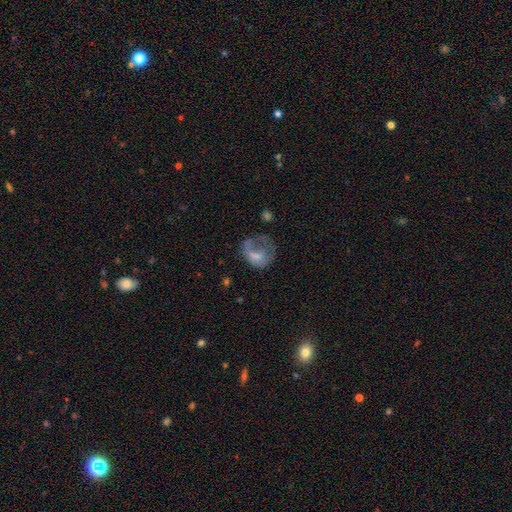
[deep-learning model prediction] This appears to be a smooth galaxy with no disk features (50%). Merging: major disturbance (49%).